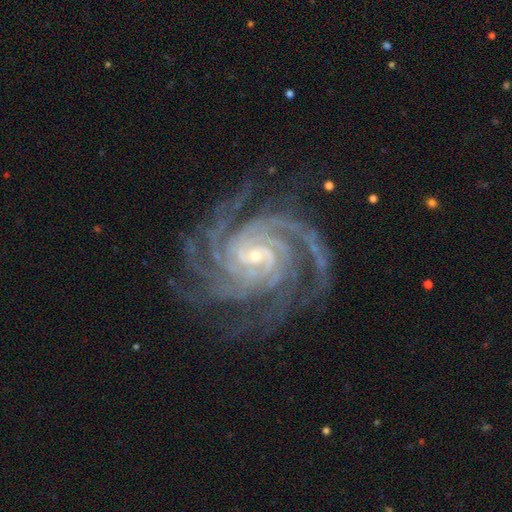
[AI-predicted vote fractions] Q: Smooth or featured?
A: featured or disk (94%); runner-up: star or artifact (4%)
Q: Edge-on disk?
A: no (98%); runner-up: yes (2%)
Q: Bar?
A: no (53%); runner-up: weak (31%)
Q: Spiral arms?
A: yes (99%); runner-up: no (1%)
Q: Spiral winding?
A: tight (76%); runner-up: medium (22%)
Q: Spiral arm count?
A: 4 (29%); tied with: more than 4 (29%)
Q: Bulge size?
A: small (74%); runner-up: moderate (22%)
Q: Merging?
A: none (77%); runner-up: minor disturbance (14%)